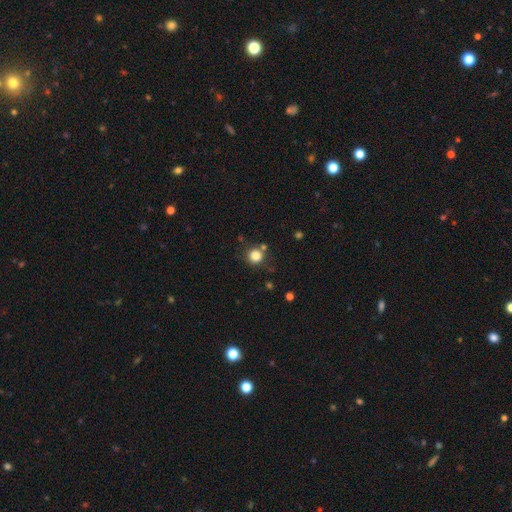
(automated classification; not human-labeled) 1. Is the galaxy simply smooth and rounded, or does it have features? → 83% smooth, 12% star or artifact, 5% featured or disk.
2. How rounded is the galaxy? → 93% round, 6% in between, 1% cigar-shaped.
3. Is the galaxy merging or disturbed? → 78% none, 10% minor disturbance, 8% merger, 3% major disturbance.